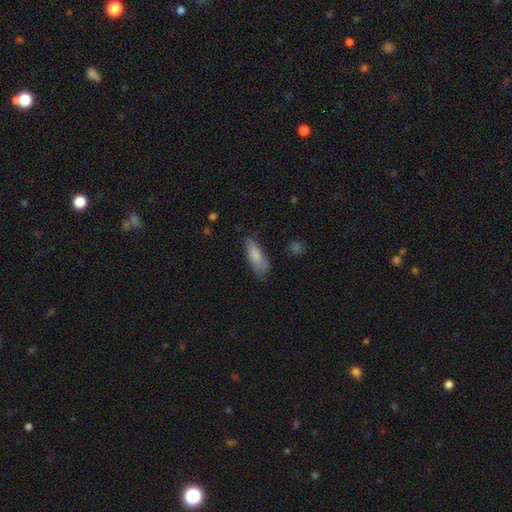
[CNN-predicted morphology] Smooth or featured? Predicted: smooth (p=0.77). How rounded? Predicted: in between (p=0.60). Merging? Predicted: none (p=0.66).